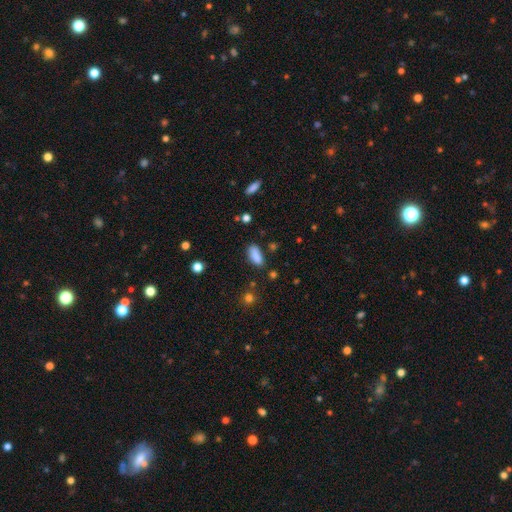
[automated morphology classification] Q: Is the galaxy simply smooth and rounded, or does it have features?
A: smooth — 86%.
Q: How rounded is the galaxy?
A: in between — 83%.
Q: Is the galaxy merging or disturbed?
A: none — 72%.